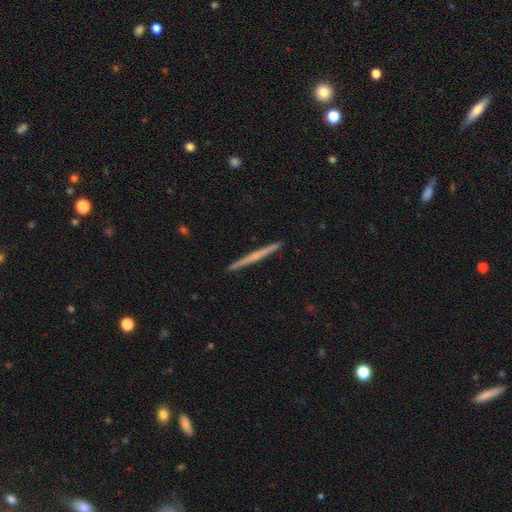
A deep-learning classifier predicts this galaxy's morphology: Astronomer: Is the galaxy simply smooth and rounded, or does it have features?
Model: featured or disk — 59% (runner-up: smooth, 35%).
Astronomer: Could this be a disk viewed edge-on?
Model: yes — 98%.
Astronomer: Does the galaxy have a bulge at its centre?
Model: none — 67%.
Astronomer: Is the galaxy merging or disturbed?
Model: none — 93%.